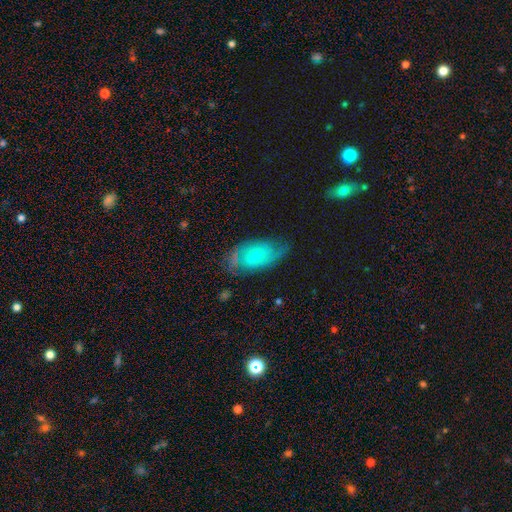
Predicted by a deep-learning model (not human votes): Overall: featured or disk (61%; smooth 32%). Edge-on disk: no (94%). Bar: no (72%). Spiral arms: yes (81%). Bulge size: small (65%; moderate 29%). Merging: none (64%).